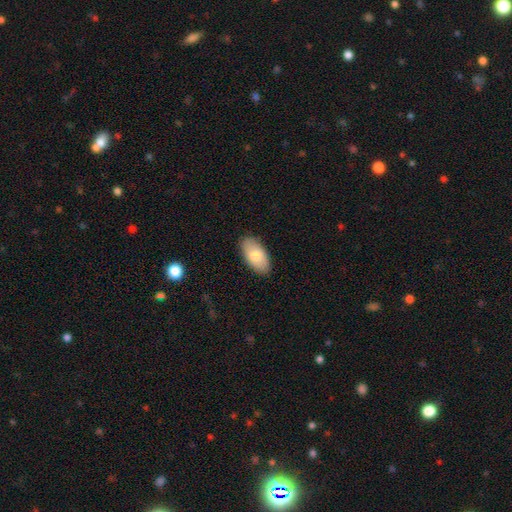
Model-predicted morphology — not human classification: Overall: smooth (84%). How rounded: in between (94%). Merging: none (87%).